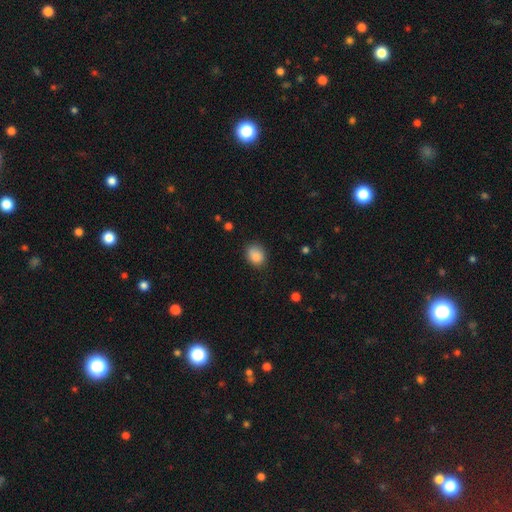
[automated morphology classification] A smooth galaxy with no disk features (87%) that is in between round and cigar-shaped (53%). Merging: none (80%).